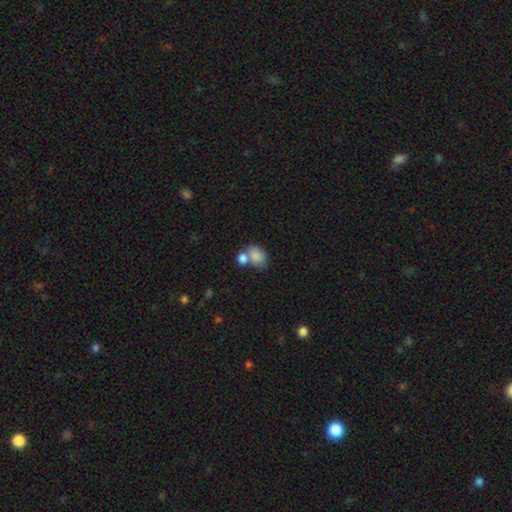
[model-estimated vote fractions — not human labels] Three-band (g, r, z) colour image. It shows a smooth galaxy with no disk features (82%) that is in between round and cigar-shaped (72%). Merging: merger (46%).